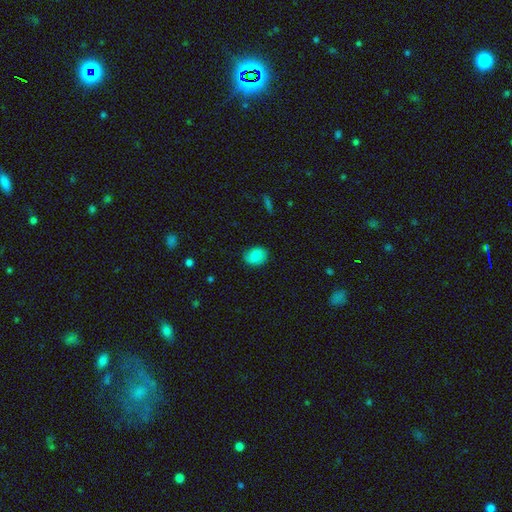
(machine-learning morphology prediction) This appears to be a smooth galaxy with no disk features (85%) that is in between round and cigar-shaped (52%). Merging: none (86%).